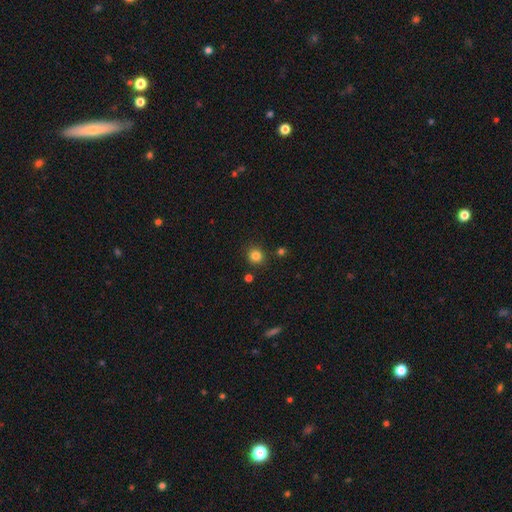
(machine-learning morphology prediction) This appears to be a smooth galaxy with no disk features (83%) that is round (90%). Merging: none (87%).